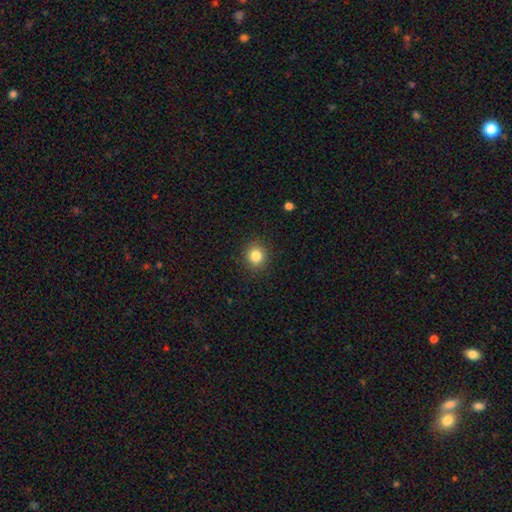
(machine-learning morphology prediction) This appears to be a smooth galaxy with no disk features (84%) that is round (84%). Merging: none (90%).